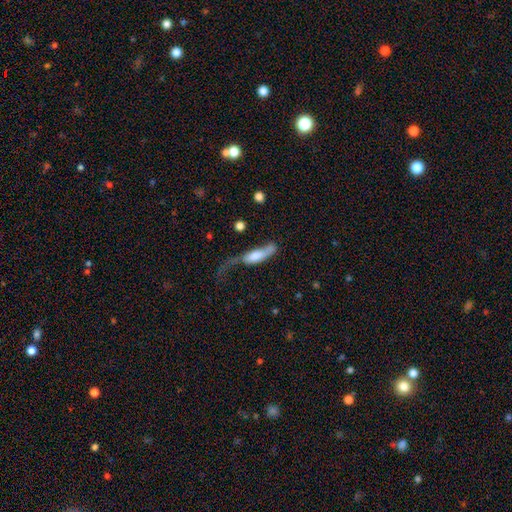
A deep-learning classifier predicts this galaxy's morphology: A smooth galaxy with no disk features (55%) that is cigar-shaped (52%). Merging: major disturbance (48%).